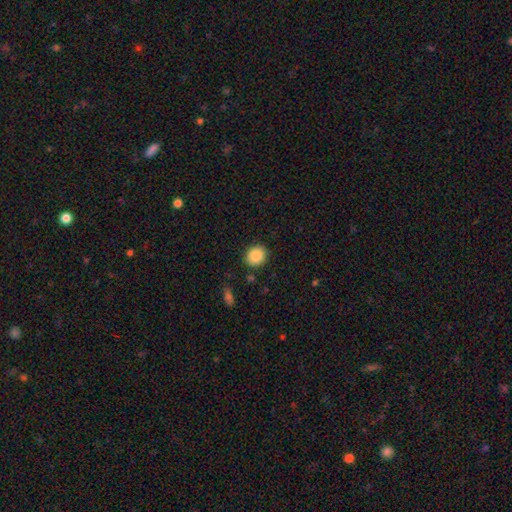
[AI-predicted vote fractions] A smooth galaxy with no disk features (88%) that is round (70%). Merging: none (88%).